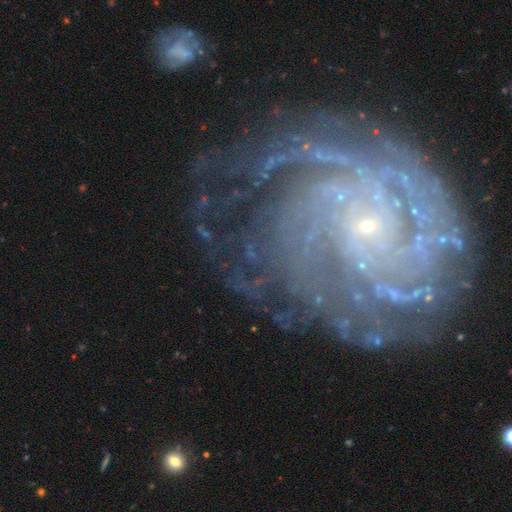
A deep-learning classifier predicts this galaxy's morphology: type=featured or disk (88%); edge-on=no (98%); bar=no (72%); spiral arms=yes (97%); winding=tight (72%); arm count=more than 4 (26%); bulge=small (87%); merging=none (70%).